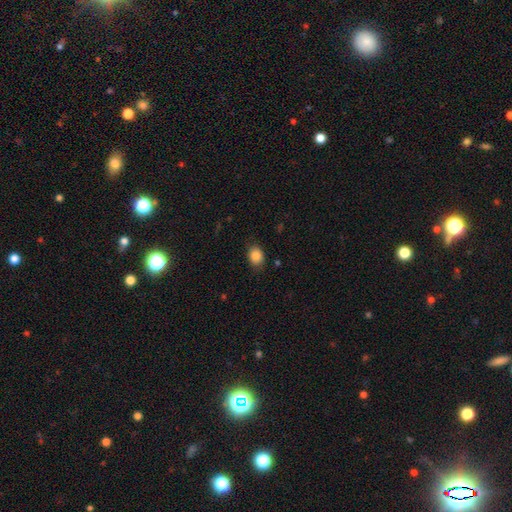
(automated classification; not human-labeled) Q: Smooth or featured?
A: smooth (85%); runner-up: star or artifact (9%)
Q: How rounded?
A: in between (58%); runner-up: round (41%)
Q: Merging?
A: none (83%); runner-up: minor disturbance (13%)